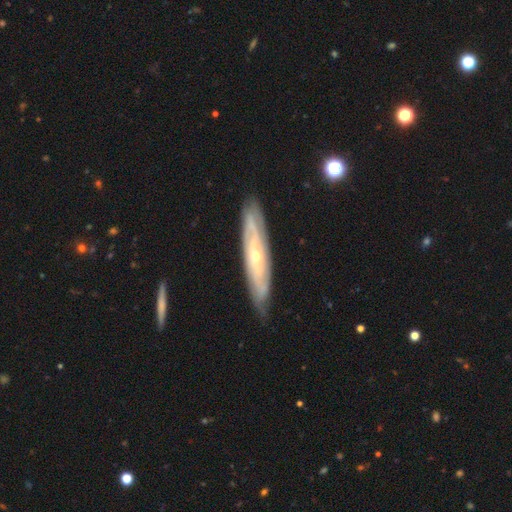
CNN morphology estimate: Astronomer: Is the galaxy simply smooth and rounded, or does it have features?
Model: featured or disk — 77%.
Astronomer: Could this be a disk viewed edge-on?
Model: no — 62% (runner-up: yes, 38%).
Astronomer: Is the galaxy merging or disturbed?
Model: none — 82%.